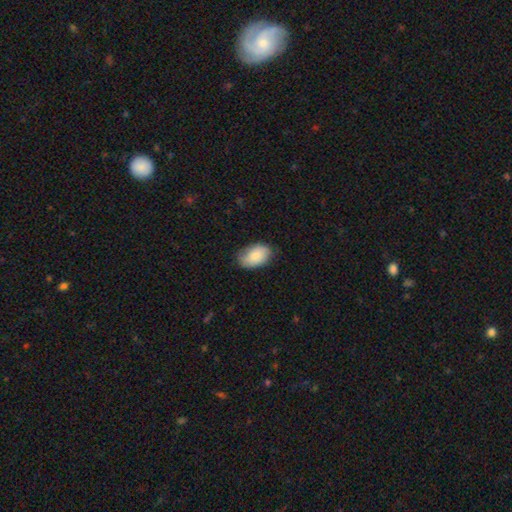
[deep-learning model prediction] smooth 81%, featured or disk 13%, star or artifact 6%. Down the decision tree: how rounded — in between (89%); merging — none (75%).